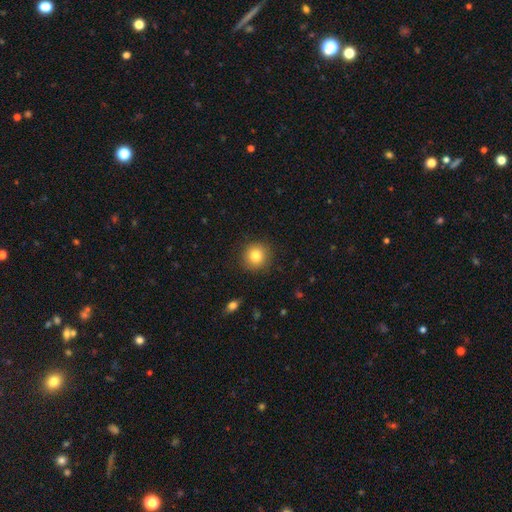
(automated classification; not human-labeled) The model was most divided on "smooth or featured": smooth: 82%, star or artifact: 10%, featured or disk: 8%. More confident: how rounded — round (93%); merging — none (90%).